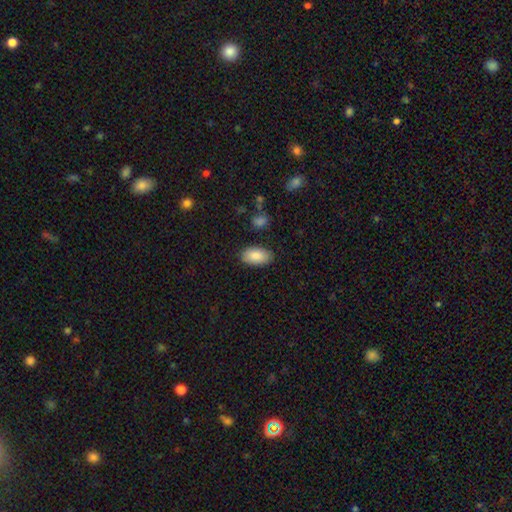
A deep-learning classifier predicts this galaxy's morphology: Smooth or featured? Predicted: smooth (p=0.87). How rounded? Predicted: in between (p=0.95). Merging? Predicted: none (p=0.86).